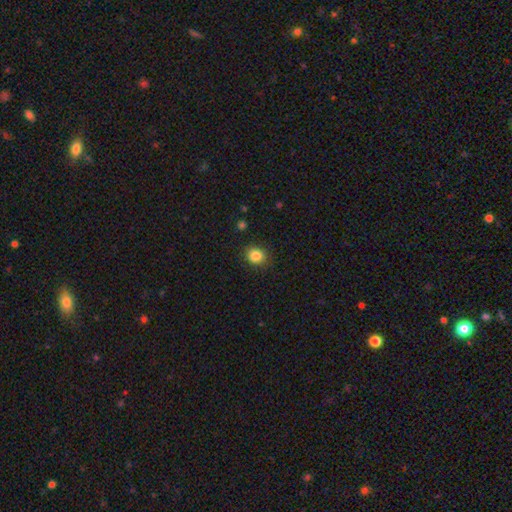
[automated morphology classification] A smooth galaxy with no disk features (85%) that is round (71%). Merging: none (88%).